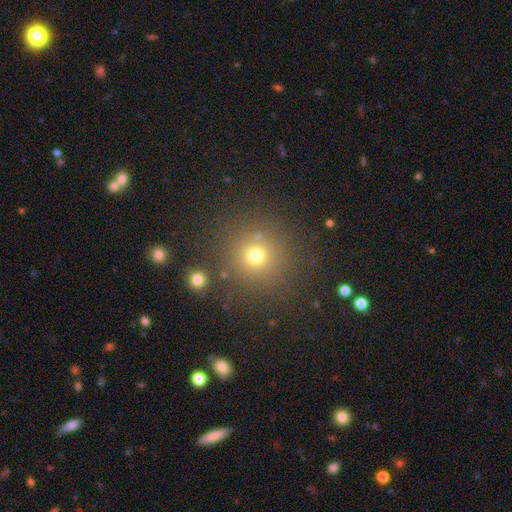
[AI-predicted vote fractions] A smooth galaxy with no disk features (71%) that is round (93%). Merging: none (83%).